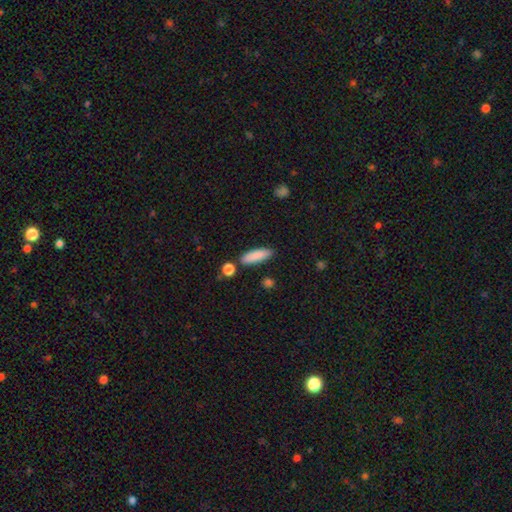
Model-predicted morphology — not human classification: A smooth galaxy with no disk features (86%) that is cigar-shaped (50%).

Vote fractions:
- Smooth or featured? smooth: 86% / featured or disk: 7% / star or artifact: 7%
- How rounded? cigar-shaped: 50% / in between: 48% / round: 2%
- Merging? none: 82% / minor disturbance: 11% / merger: 5% / major disturbance: 3%